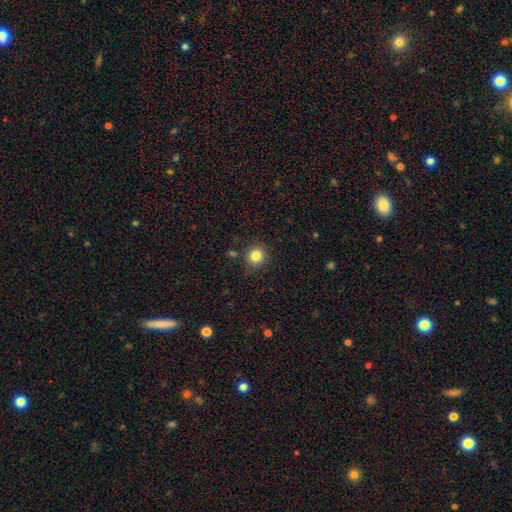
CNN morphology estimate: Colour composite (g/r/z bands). It shows a smooth galaxy with no disk features (83%) that is round (89%). Merging: none (88%).